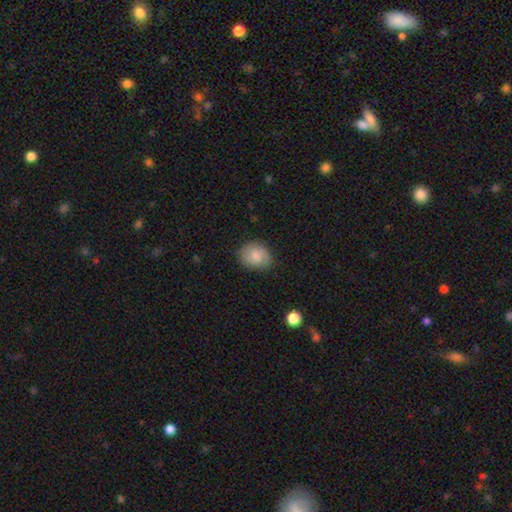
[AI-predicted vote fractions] A smooth galaxy with no disk features (79%) that is round (53%). Merging: none (77%).